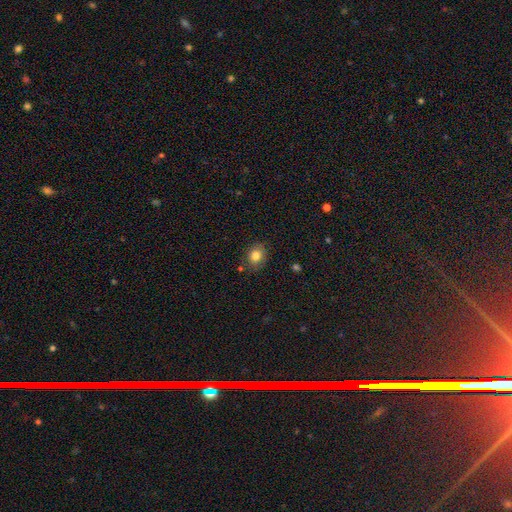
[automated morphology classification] This appears to be a smooth galaxy with no disk features (81%) that is in between round and cigar-shaped (53%). Merging: none (79%).